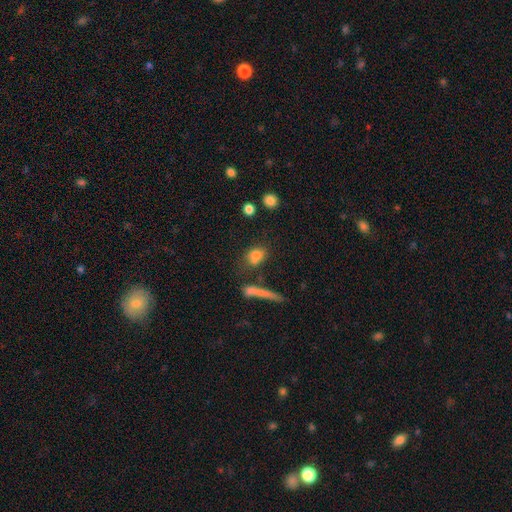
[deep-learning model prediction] Q: Smooth or featured?
A: smooth (76%); runner-up: star or artifact (12%)
Q: How rounded?
A: in between (54%); runner-up: round (37%)
Q: Merging?
A: none (57%); runner-up: merger (19%)